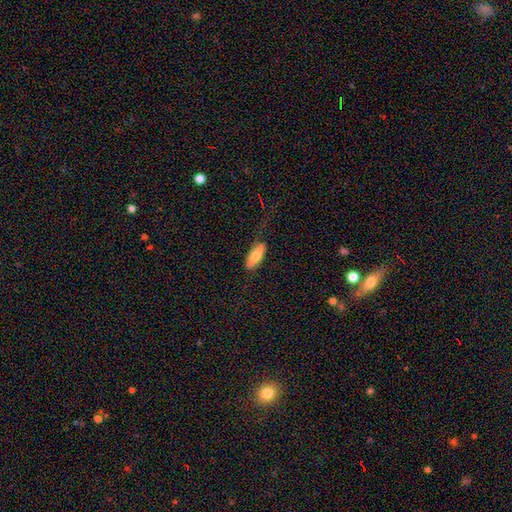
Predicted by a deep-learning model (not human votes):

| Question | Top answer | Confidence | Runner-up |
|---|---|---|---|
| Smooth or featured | smooth | 75% | featured or disk (19%) |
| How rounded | in between | 67% | cigar-shaped (31%) |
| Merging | none | 71% | minor disturbance (19%) |